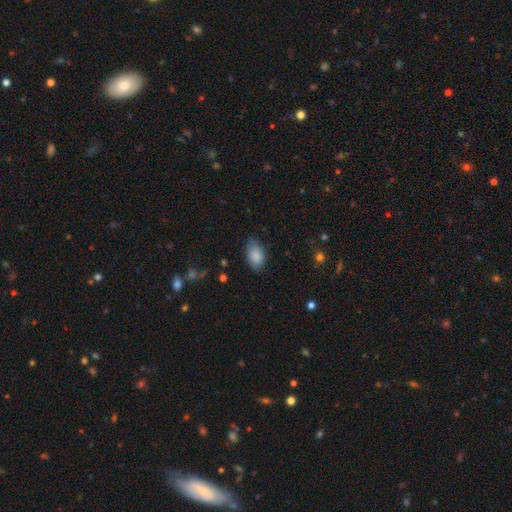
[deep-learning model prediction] smooth-or-featured: smooth: 88% | star or artifact: 7% | featured or disk: 6%
  how-rounded: in between: 92% | round: 7% | cigar-shaped: 1%
  merging: none: 78% | minor disturbance: 18% | major disturbance: 4% | merger: 1%